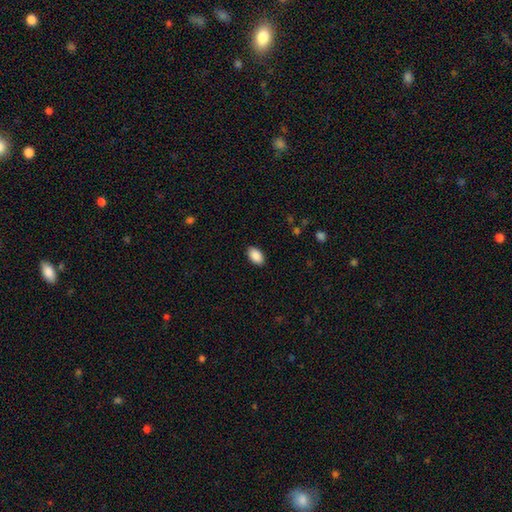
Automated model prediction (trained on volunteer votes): Overall: smooth (90%). How rounded: in between (93%). Merging: none (89%).